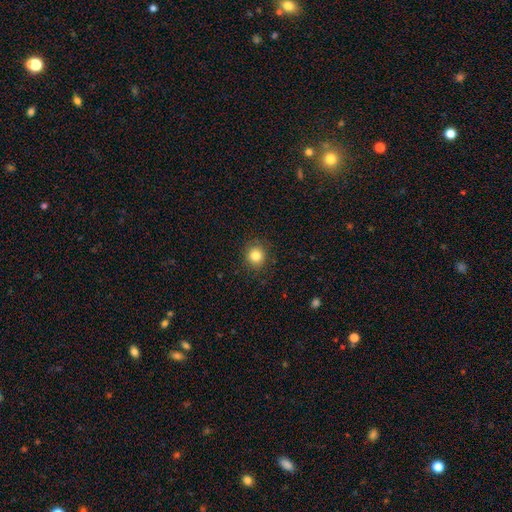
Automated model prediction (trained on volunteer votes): Overall: smooth (83%). How rounded: round (89%). Merging: none (88%).